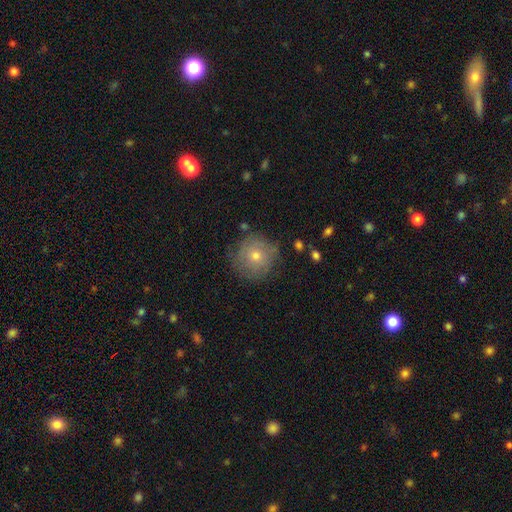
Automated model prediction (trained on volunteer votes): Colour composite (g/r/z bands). It shows a smooth galaxy with no disk features (54%) that is round (93%). Merging: none (77%).